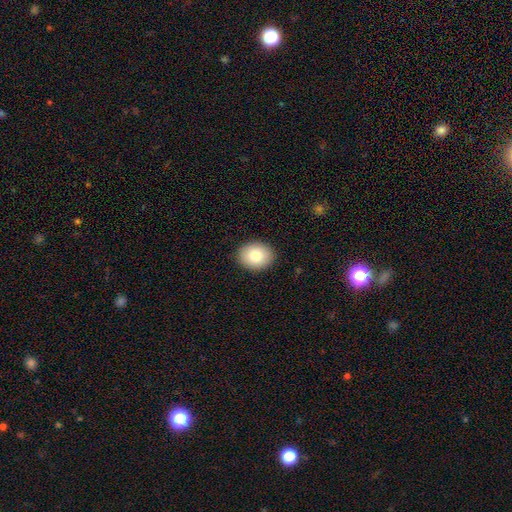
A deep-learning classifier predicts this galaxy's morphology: This is clearly a smooth galaxy (81%). How rounded: possibly round (52%). Merging: clearly none (90%).